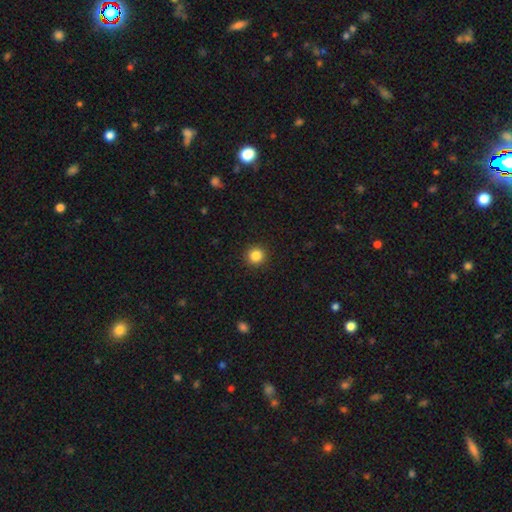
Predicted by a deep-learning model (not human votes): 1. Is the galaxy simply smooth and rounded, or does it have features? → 85% smooth, 11% star or artifact, 4% featured or disk.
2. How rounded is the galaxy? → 94% round, 5% in between, 1% cigar-shaped.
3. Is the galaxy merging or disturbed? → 93% none, 5% minor disturbance, 2% major disturbance, 1% merger.